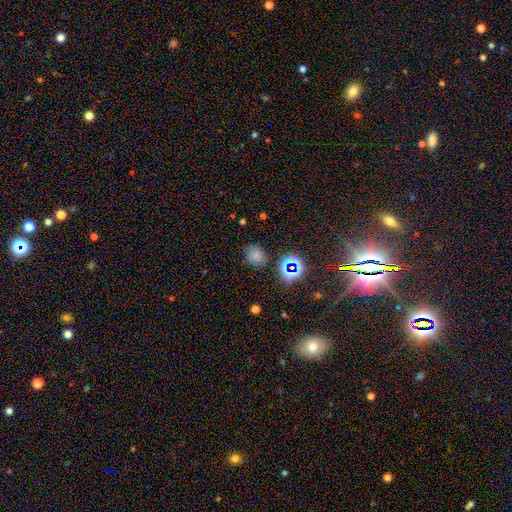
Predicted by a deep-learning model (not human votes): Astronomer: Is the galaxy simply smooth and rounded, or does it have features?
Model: smooth — 69%.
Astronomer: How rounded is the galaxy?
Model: round — 73%.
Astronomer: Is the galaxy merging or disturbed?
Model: none — 79%.